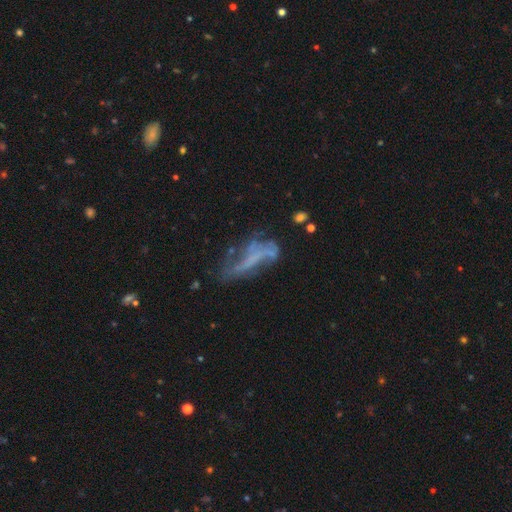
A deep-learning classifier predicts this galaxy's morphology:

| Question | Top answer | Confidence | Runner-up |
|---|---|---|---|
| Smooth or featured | featured or disk | 58% | smooth (27%) |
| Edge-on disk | no | 82% | yes (18%) |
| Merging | none | 35% | major disturbance (32%) |